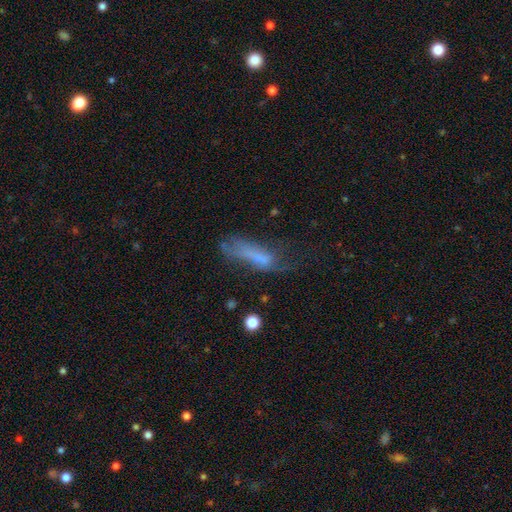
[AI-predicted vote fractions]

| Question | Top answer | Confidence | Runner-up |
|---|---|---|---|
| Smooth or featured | smooth | 51% | featured or disk (35%) |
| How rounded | cigar-shaped | 62% | in between (36%) |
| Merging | major disturbance | 36% | none (32%) |